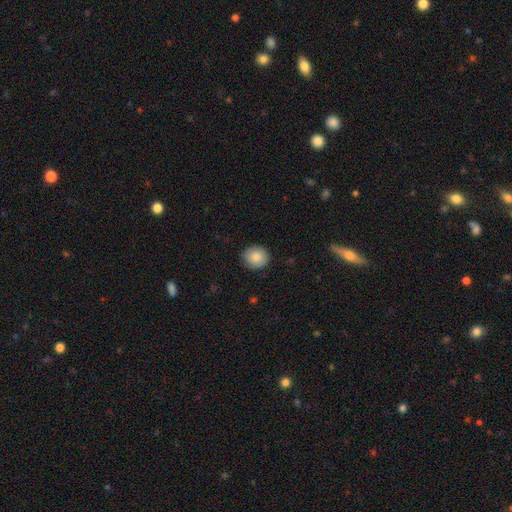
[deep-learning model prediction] Smooth or featured? Predicted: smooth (p=0.86). How rounded? Predicted: round (p=0.77). Merging? Predicted: none (p=0.88).